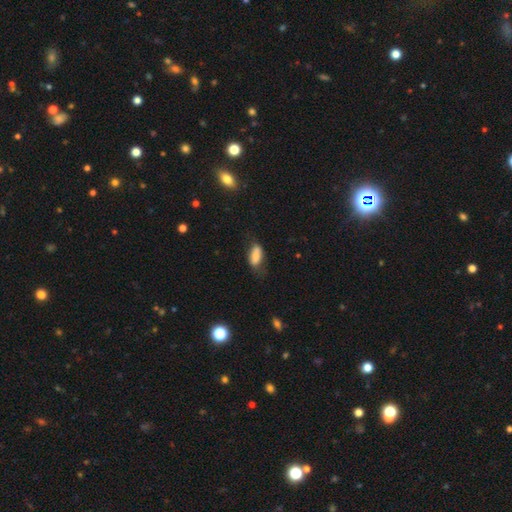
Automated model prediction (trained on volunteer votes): smooth_or_featured: smooth (p=0.79) [alt: featured or disk p=0.13]
how_rounded: in between (p=0.83) [alt: cigar-shaped p=0.14]
merging: none (p=0.50) [alt: minor disturbance p=0.33]